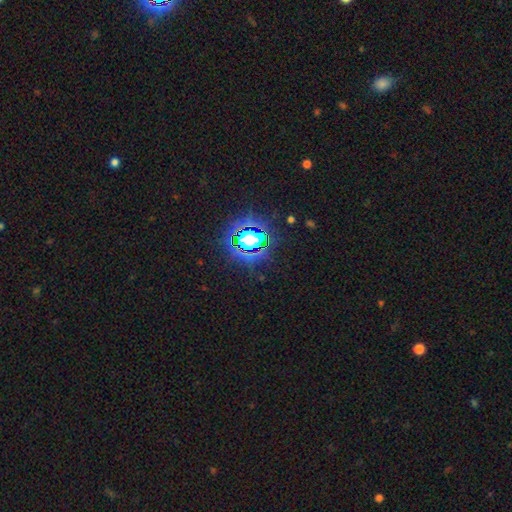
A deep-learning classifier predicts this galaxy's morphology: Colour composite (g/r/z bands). It shows a star or artifact, not a galaxy (82%).